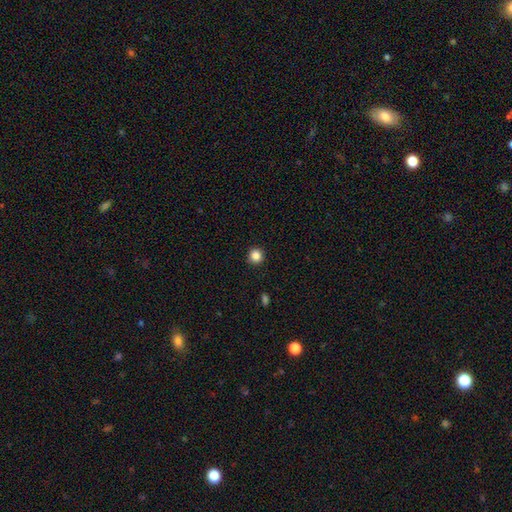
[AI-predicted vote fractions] The model was most divided on "smooth or featured": smooth: 85%, star or artifact: 11%, featured or disk: 4%. More confident: how rounded — round (95%); merging — none (93%).